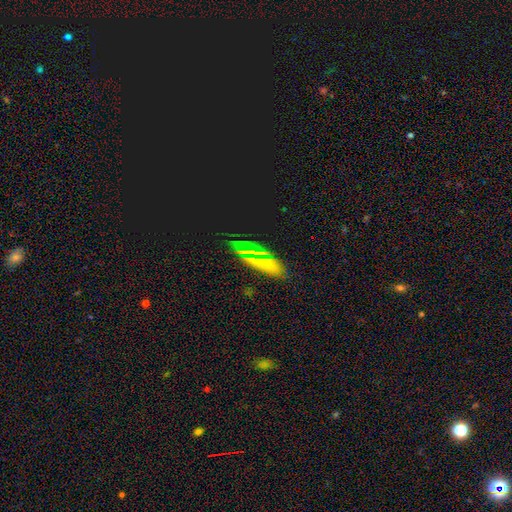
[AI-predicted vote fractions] Smooth or featured?
  - smooth: 53% *
  - star or artifact: 36%
  - featured or disk: 11%
How rounded?
  - in between: 63% *
  - cigar-shaped: 28%
  - round: 9%
Merging?
  - none: 84% *
  - minor disturbance: 11%
  - major disturbance: 3%
  - merger: 2%